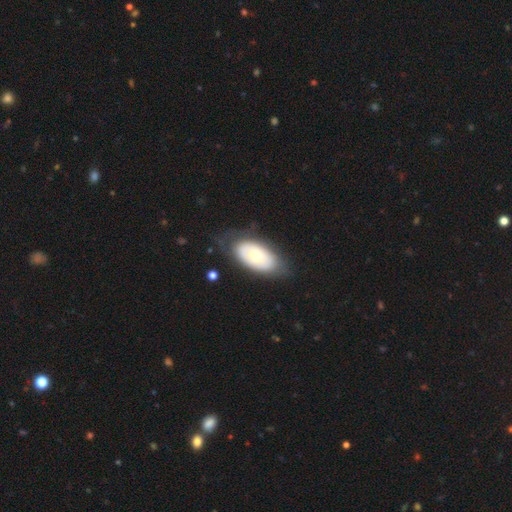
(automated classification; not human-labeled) Morphology: type=smooth (53%); roundness=in between (92%); merging=none (70%).